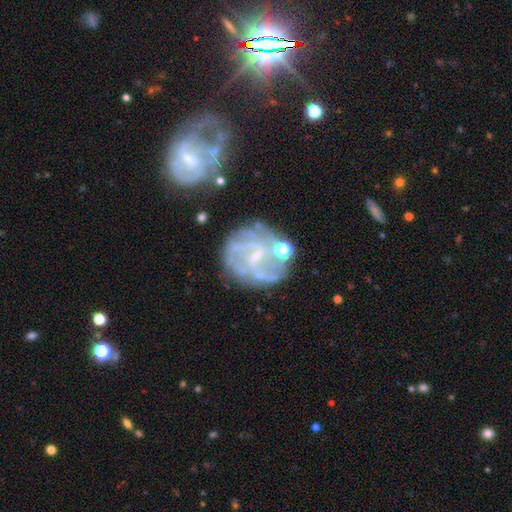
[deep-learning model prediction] Smooth or featured? featured or disk (77%)
Edge-on disk? no (97%)
Bar? weak (51%)
Spiral arms? yes (84%)
Spiral winding? tight (40%)
Spiral arm count? can't tell (40%)
Bulge size? small (65%)
Merging? none (58%)